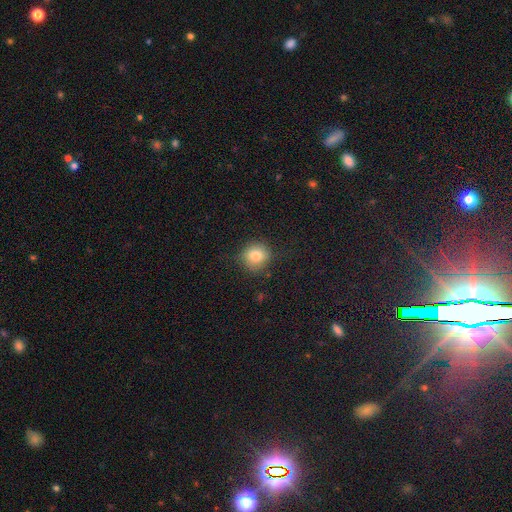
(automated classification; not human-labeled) This is clearly a smooth galaxy (80%). How rounded: clearly round (84%). Merging: clearly none (81%).